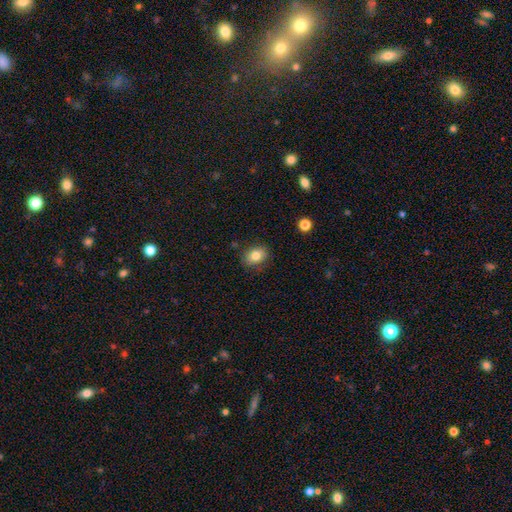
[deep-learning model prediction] Smooth or featured? Predicted: smooth (p=0.82). How rounded? Predicted: in between (p=0.65). Merging? Predicted: none (p=0.84).